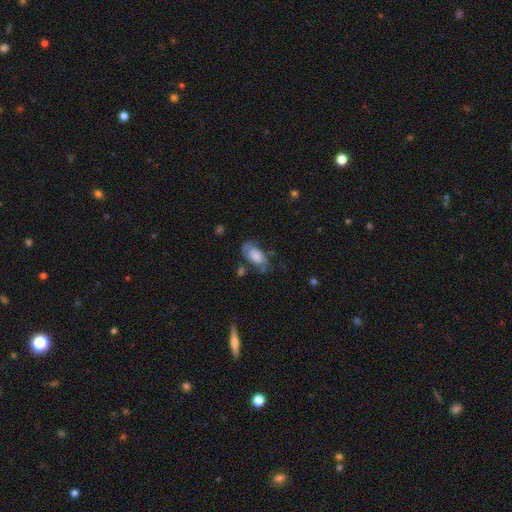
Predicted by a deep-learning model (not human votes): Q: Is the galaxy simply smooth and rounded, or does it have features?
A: featured or disk — 52%.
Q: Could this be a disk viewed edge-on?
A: no — 94%.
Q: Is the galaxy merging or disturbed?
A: none — 52%.